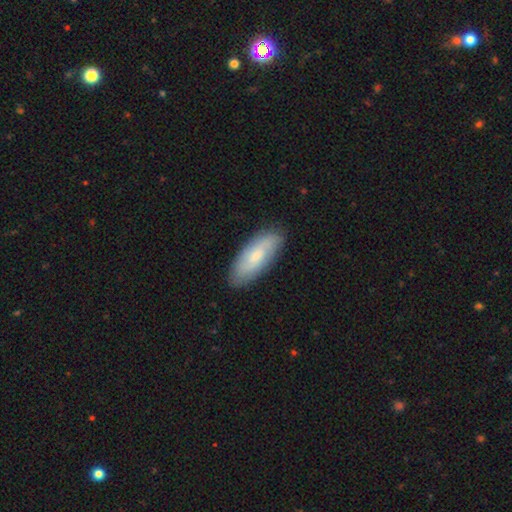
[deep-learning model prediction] A smooth galaxy with no disk features (61%) that is in between round and cigar-shaped (75%).

Vote fractions:
- Smooth or featured? smooth: 61% / featured or disk: 33% / star or artifact: 6%
- How rounded? in between: 75% / cigar-shaped: 23% / round: 2%
- Merging? none: 85% / minor disturbance: 12% / major disturbance: 2% / merger: 1%